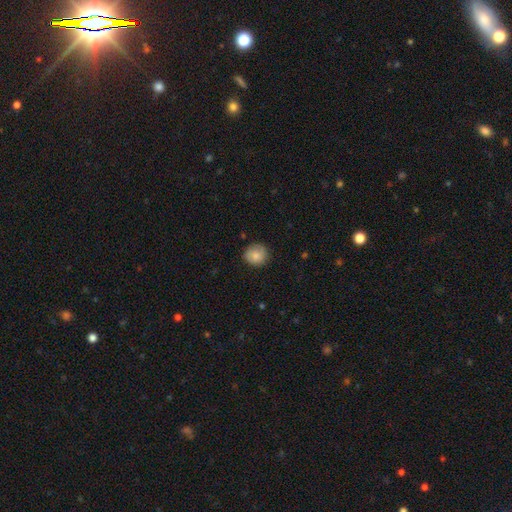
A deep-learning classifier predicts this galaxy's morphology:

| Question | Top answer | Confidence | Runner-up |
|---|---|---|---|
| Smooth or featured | smooth | 76% | featured or disk (17%) |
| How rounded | round | 88% | in between (11%) |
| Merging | none | 81% | minor disturbance (15%) |